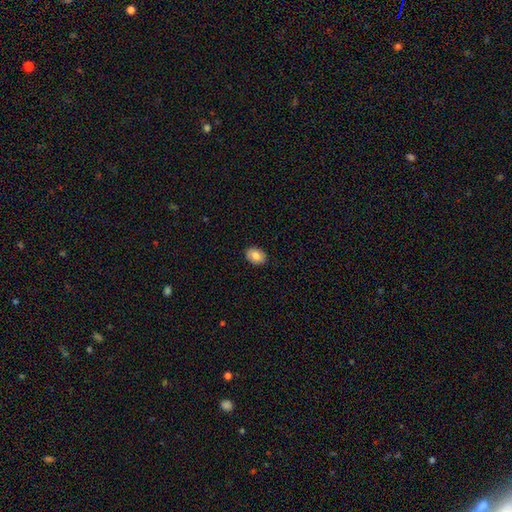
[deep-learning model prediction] Smooth or featured? Predicted: smooth (p=0.81). How rounded? Predicted: in between (p=0.76). Merging? Predicted: none (p=0.89).